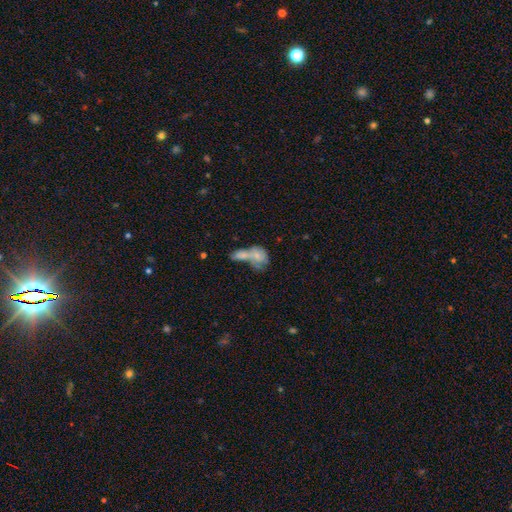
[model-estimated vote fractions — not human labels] smooth 64%, featured or disk 27%, star or artifact 9%. Down the decision tree: how rounded — in between (68%); merging — merger (68%).